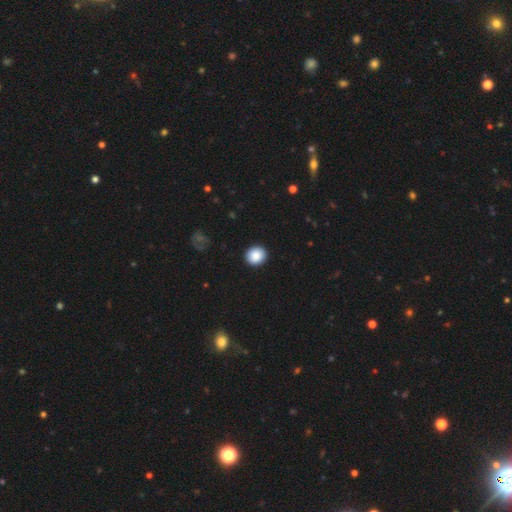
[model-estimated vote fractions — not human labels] This is clearly a smooth galaxy (88%). How rounded: clearly round (85%). Merging: clearly none (92%).